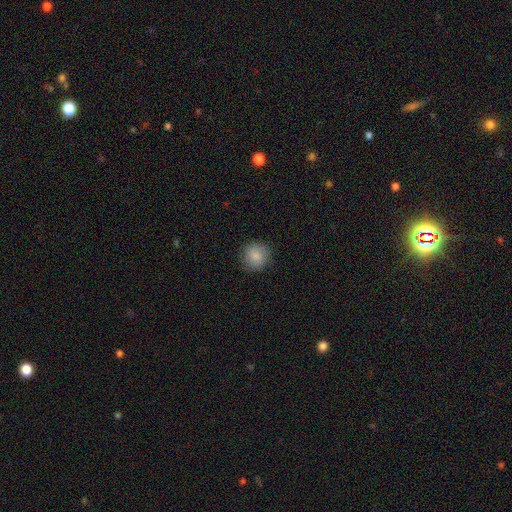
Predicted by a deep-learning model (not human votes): This appears to be a smooth galaxy with no disk features (85%) that is round (91%). Merging: none (85%).